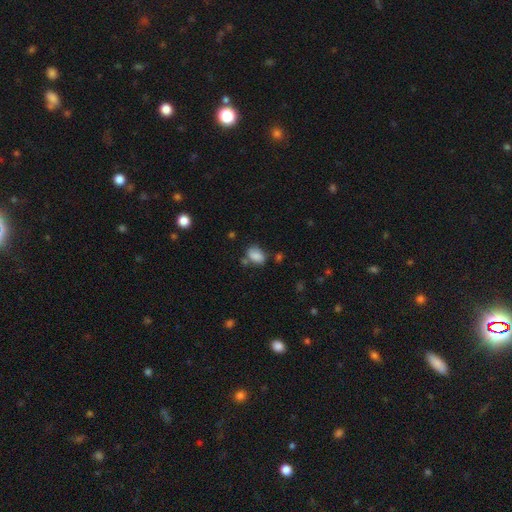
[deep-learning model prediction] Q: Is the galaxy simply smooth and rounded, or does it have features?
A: smooth — 85%.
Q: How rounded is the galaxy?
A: in between — 85%.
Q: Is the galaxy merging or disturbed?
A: none — 59%.